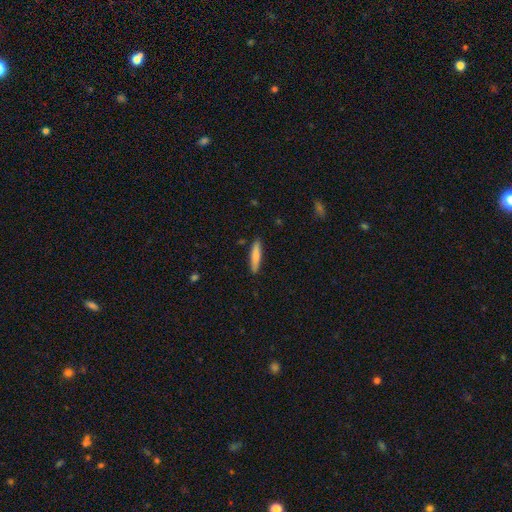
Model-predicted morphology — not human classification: smooth 76%, featured or disk 19%, star or artifact 6%. Down the decision tree: how rounded — cigar-shaped (85%); merging — none (89%).